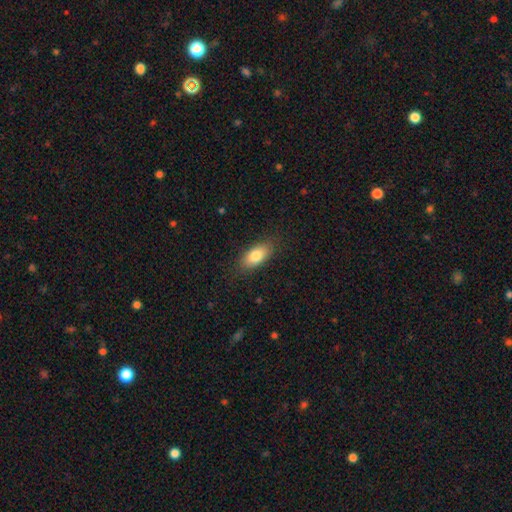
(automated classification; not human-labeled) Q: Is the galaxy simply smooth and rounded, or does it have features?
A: smooth — 82%.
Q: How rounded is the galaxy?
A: in between — 89%.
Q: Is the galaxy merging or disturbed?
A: none — 84%.